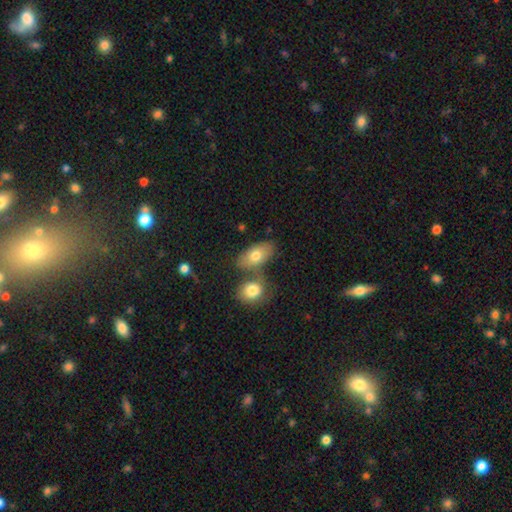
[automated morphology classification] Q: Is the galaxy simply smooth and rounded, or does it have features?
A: smooth — 74%.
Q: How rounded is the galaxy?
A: in between — 88%.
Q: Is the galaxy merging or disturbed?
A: none — 51%.